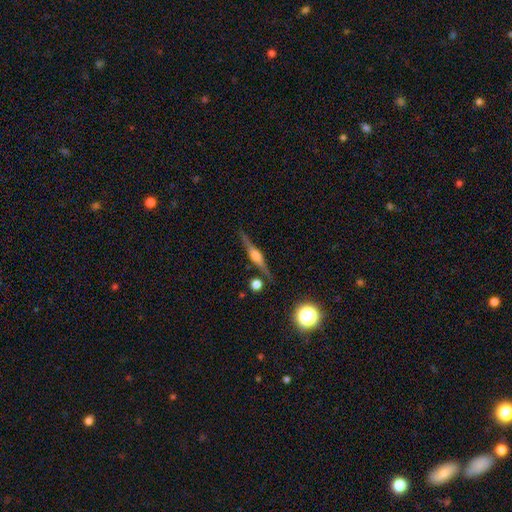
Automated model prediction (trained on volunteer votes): Morphology: type=featured or disk (82%); edge-on=yes (98%); edge-on bulge=rounded (80%); merging=none (85%).